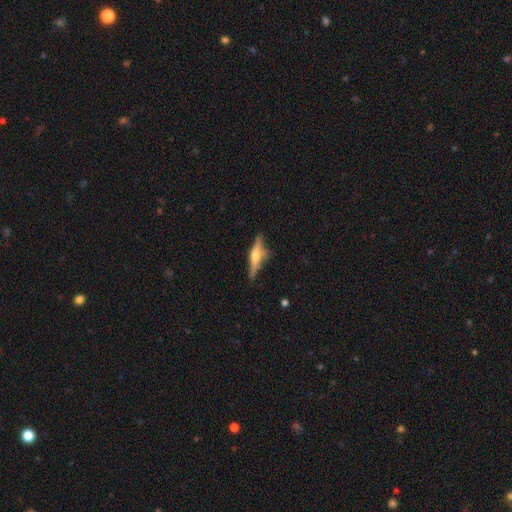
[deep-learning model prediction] Smooth or featured?
  - featured or disk: 63% *
  - smooth: 30%
  - star or artifact: 7%
Edge-on disk?
  - yes: 95% *
  - no: 5%
Edge-on bulge?
  - rounded: 88% *
  - boxy: 8%
  - none: 4%
Merging?
  - none: 76% *
  - minor disturbance: 16%
  - major disturbance: 4%
  - merger: 3%